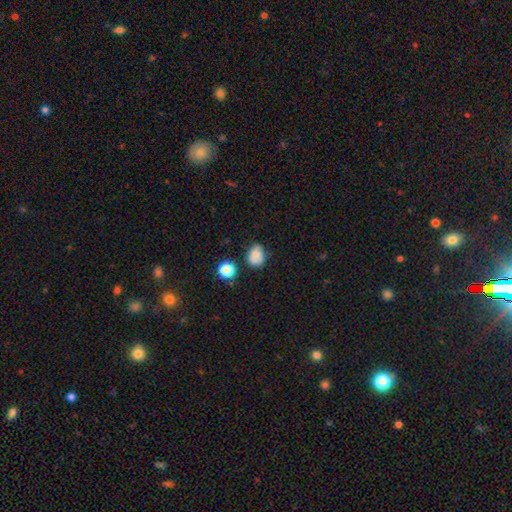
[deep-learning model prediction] A smooth galaxy with no disk features (77%) that is in between round and cigar-shaped (52%). Merging: none (57%).